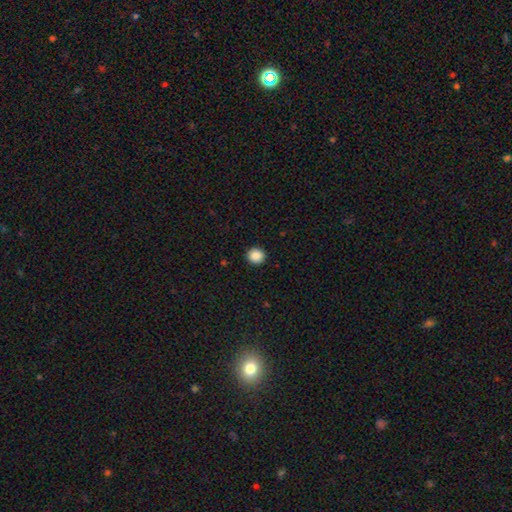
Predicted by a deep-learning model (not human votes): Morphology: type=smooth (88%); roundness=round (91%); merging=none (93%).